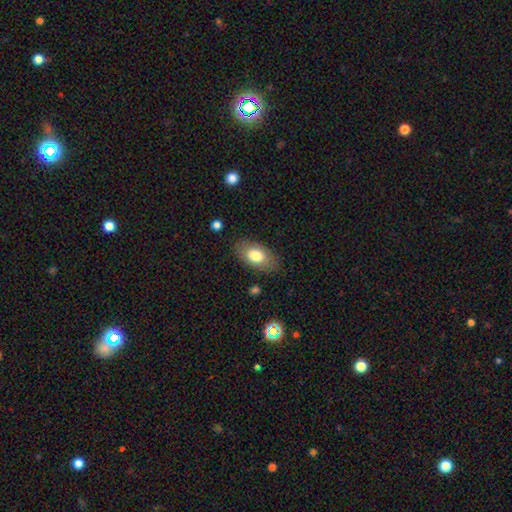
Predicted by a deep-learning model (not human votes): This is likely a smooth galaxy (76%). How rounded: clearly in between (91%). Merging: clearly none (82%).